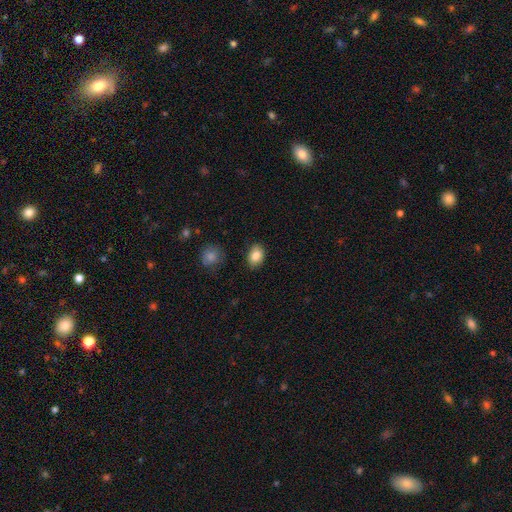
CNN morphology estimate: This appears to be a smooth galaxy with no disk features (86%) that is in between round and cigar-shaped (77%). Merging: none (86%).